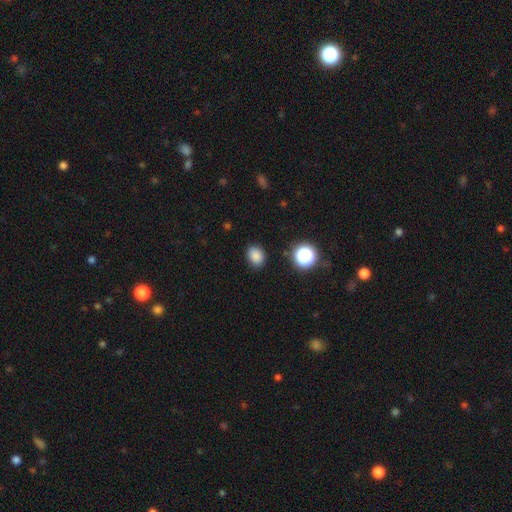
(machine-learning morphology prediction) A smooth galaxy with no disk features (84%) that is in between round and cigar-shaped (55%). Merging: none (87%).